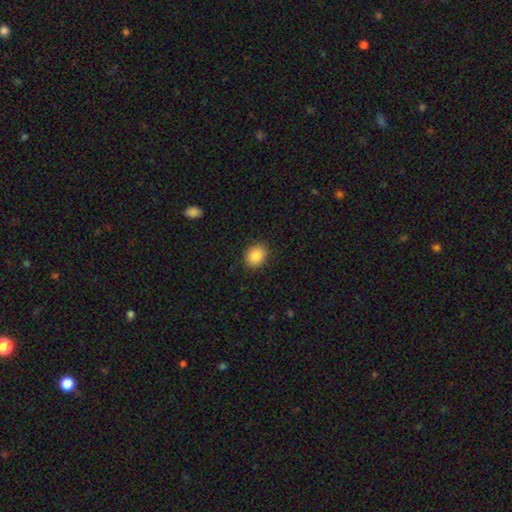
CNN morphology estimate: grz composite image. It shows a smooth galaxy with no disk features (87%) that is round (54%). Merging: none (88%).